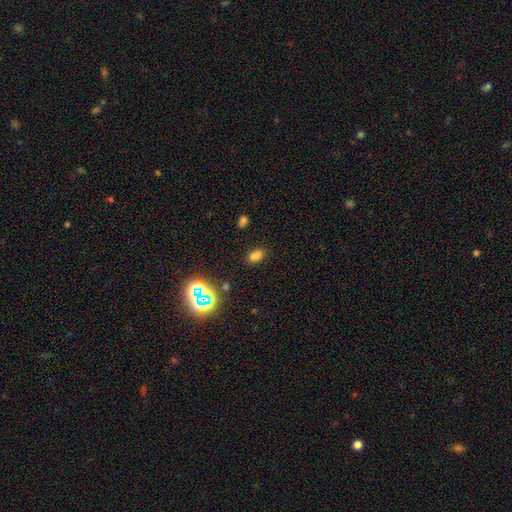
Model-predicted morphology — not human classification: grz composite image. It shows a smooth galaxy with no disk features (71%) that is in between round and cigar-shaped (86%). Merging: none (83%).